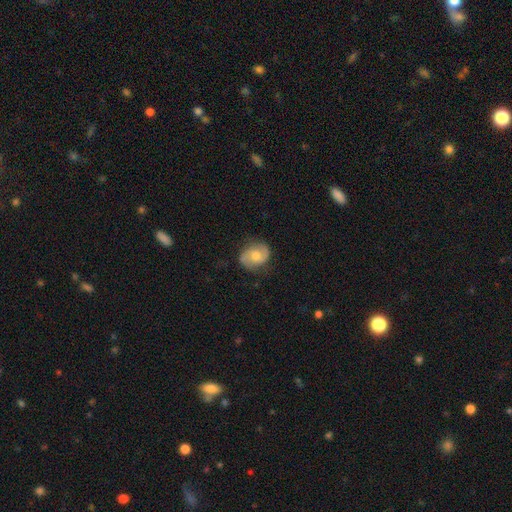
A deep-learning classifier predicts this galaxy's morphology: Smooth or featured? featured or disk (61%)
Edge-on disk? no (97%)
Bar? no (62%)
Spiral arms? yes (88%)
Spiral winding? medium (46%)
Spiral arm count? 2 (88%)
Bulge size? moderate (69%)
Merging? none (78%)